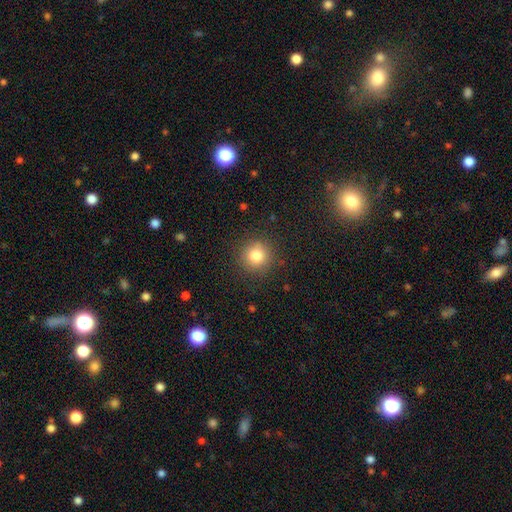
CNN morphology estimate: smooth-or-featured: smooth: 82% | star or artifact: 11% | featured or disk: 7%
  how-rounded: round: 93% | in between: 6% | cigar-shaped: 1%
  merging: none: 89% | minor disturbance: 7% | major disturbance: 3% | merger: 1%